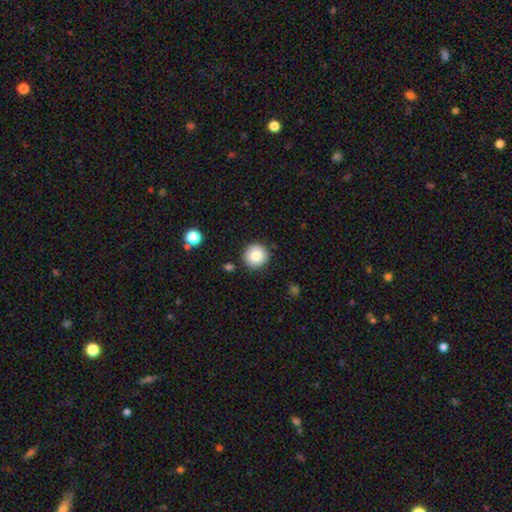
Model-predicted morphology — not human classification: A smooth galaxy with no disk features (83%) that is round (94%).

Vote fractions:
- Smooth or featured? smooth: 83% / star or artifact: 9% / featured or disk: 8%
- How rounded? round: 94% / in between: 5% / cigar-shaped: 1%
- Merging? none: 89% / minor disturbance: 7% / major disturbance: 2% / merger: 2%